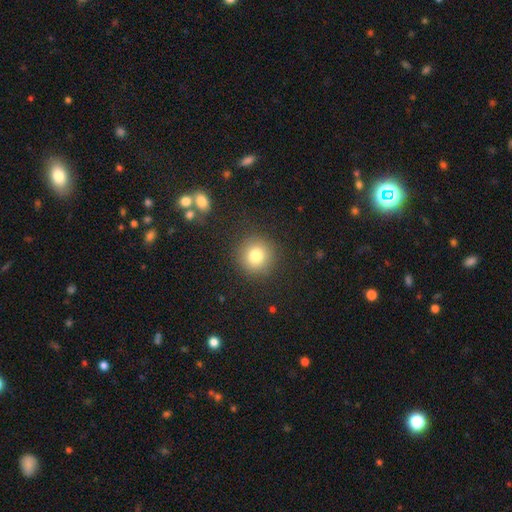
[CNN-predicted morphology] This is likely a smooth galaxy (80%). How rounded: clearly round (93%). Merging: clearly none (89%).